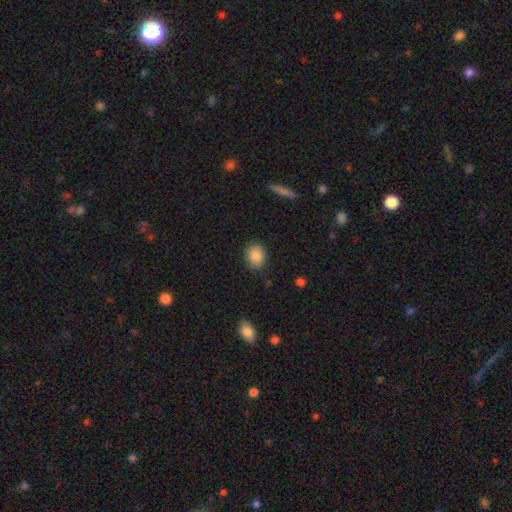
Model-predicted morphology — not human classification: smooth 87%, star or artifact 8%, featured or disk 4%. Down the decision tree: how rounded — round (55%); merging — none (86%).